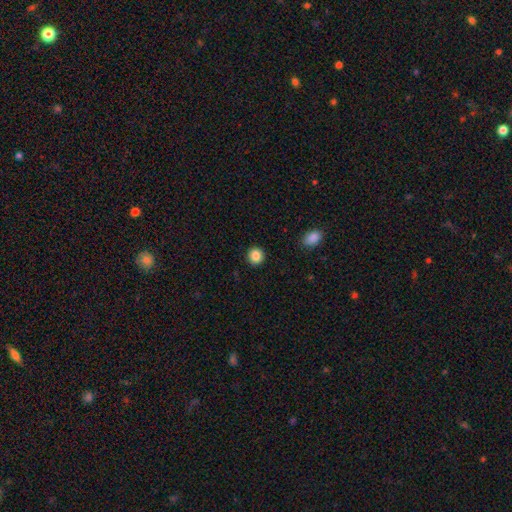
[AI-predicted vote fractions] Smooth or featured? Predicted: smooth (p=0.87). How rounded? Predicted: round (p=0.89). Merging? Predicted: none (p=0.91).